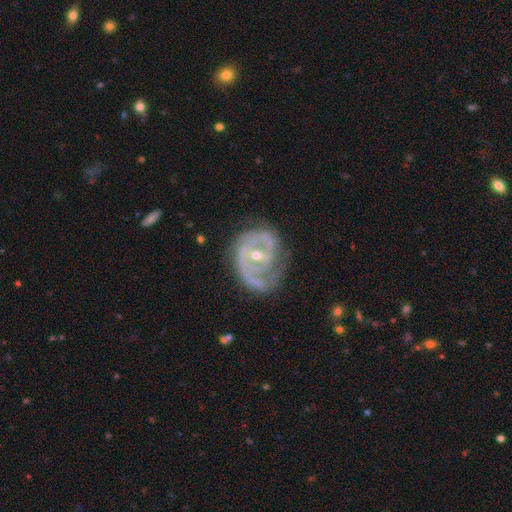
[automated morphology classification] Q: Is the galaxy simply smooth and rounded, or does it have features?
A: featured or disk — 88%.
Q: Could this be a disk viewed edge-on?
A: no — 97%.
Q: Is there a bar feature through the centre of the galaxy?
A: no — 46%.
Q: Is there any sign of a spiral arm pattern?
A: yes — 93%.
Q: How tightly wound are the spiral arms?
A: tight — 53%.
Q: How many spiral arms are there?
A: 2 — 52%.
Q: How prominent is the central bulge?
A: moderate — 51%.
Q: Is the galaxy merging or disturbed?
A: none — 56%.